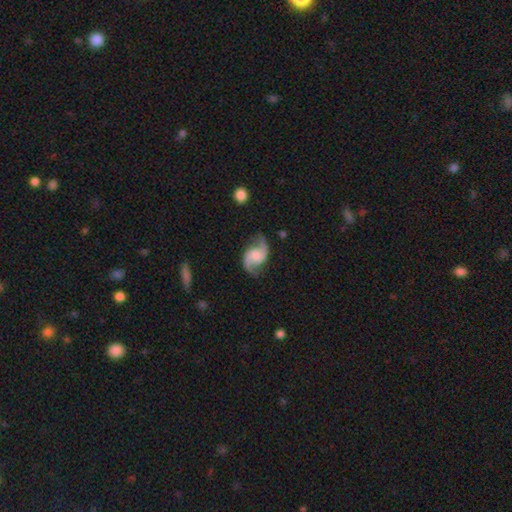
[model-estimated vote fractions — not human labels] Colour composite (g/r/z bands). It shows a featured or disk galaxy (87%) with no bar (56%), 2 (94%) loose (55%) spiral arms (97%) and no central bulge (38%). Merging: none (77%).